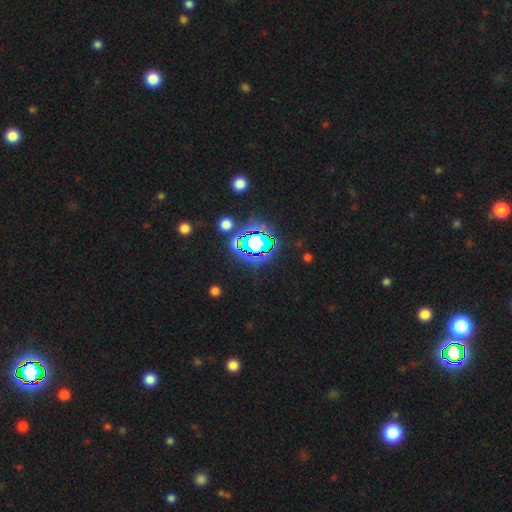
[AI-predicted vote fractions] Overall: star or artifact (80%).